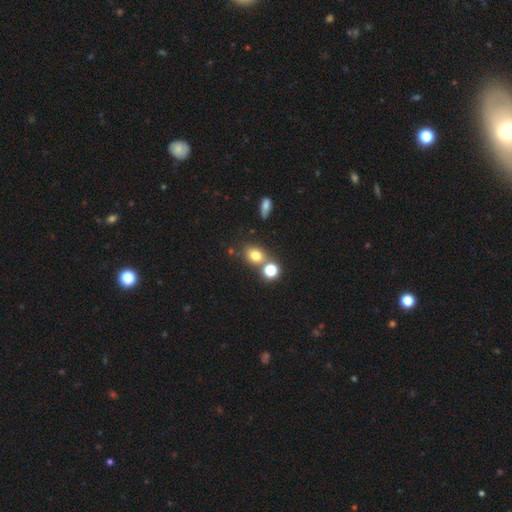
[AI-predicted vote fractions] Morphology: type=smooth (74%); roundness=round (54%); merging=none (60%).